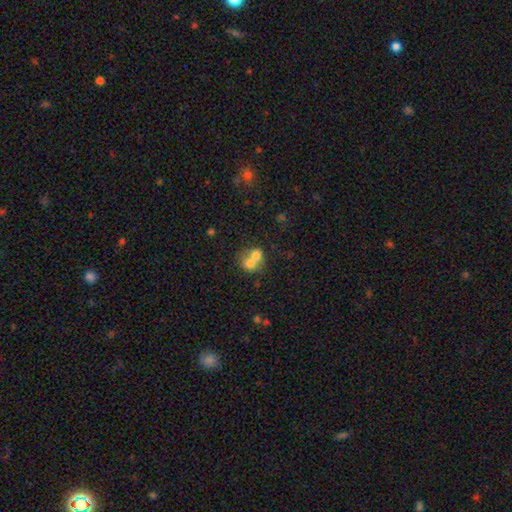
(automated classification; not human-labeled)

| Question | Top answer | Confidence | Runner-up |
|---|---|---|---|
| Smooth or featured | smooth | 68% | featured or disk (21%) |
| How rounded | round | 70% | in between (29%) |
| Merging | merger | 71% | none (22%) |